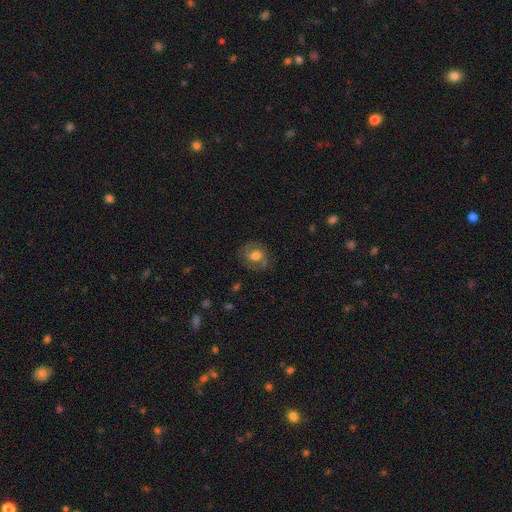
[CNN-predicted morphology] The model was most divided on "smooth or featured": featured or disk: 49%, smooth: 42%, star or artifact: 9%. More confident: merging — none (74%).